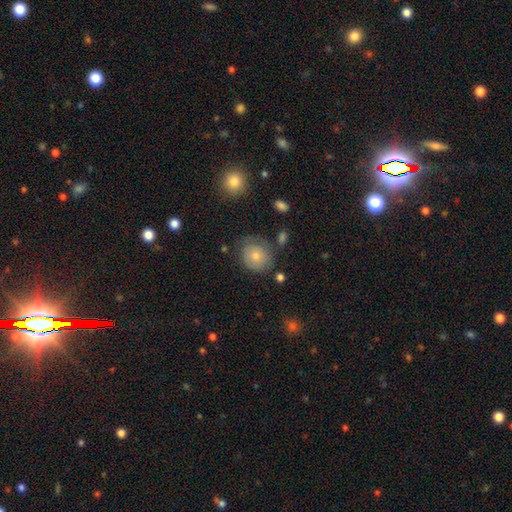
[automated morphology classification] This is likely a smooth galaxy (65%). How rounded: likely round (78%). Merging: likely none (72%).